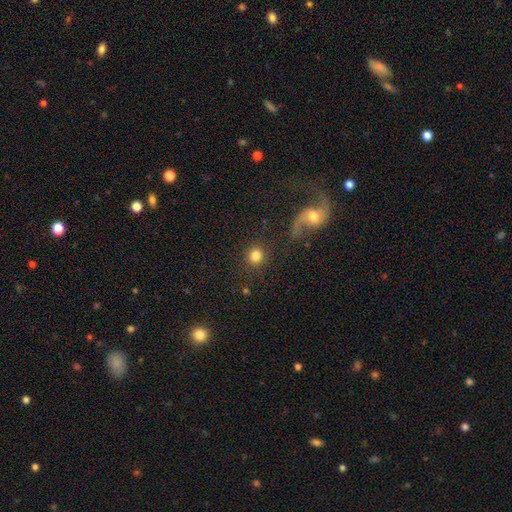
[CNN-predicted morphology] The model was most divided on "smooth or featured": smooth: 81%, star or artifact: 11%, featured or disk: 9%. More confident: how rounded — round (91%); merging — none (84%).